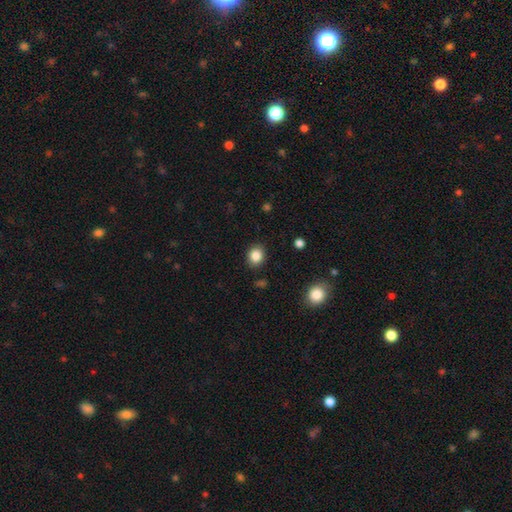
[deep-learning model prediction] smooth-or-featured: smooth: 86% | star or artifact: 10% | featured or disk: 5%
  how-rounded: round: 70% | in between: 29% | cigar-shaped: 1%
  merging: none: 89% | minor disturbance: 8% | major disturbance: 2% | merger: 1%